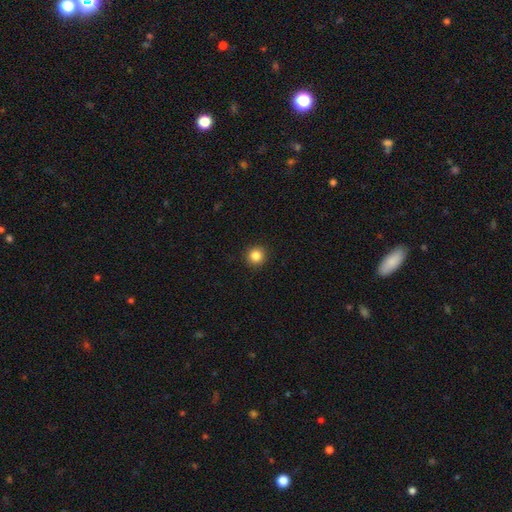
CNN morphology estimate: A smooth galaxy with no disk features (85%) that is round (95%).

Vote fractions:
- Smooth or featured? smooth: 85% / star or artifact: 11% / featured or disk: 4%
- How rounded? round: 95% / in between: 4% / cigar-shaped: 1%
- Merging? none: 93% / minor disturbance: 4% / major disturbance: 2% / merger: 1%